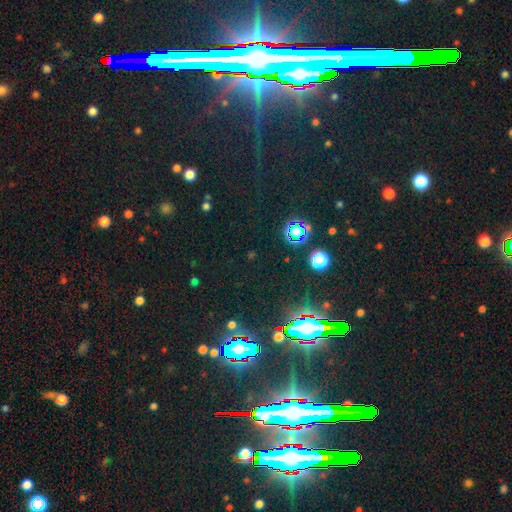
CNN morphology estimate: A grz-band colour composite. It shows a star or artifact, not a galaxy (84%).